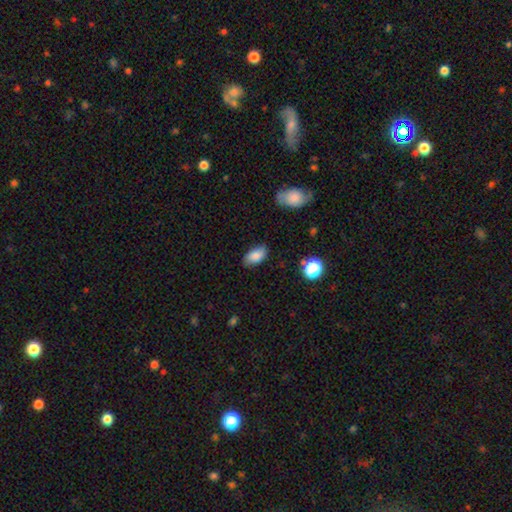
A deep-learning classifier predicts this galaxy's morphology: Q: Smooth or featured?
A: smooth (83%); runner-up: featured or disk (8%)
Q: How rounded?
A: in between (92%); runner-up: round (5%)
Q: Merging?
A: none (79%); runner-up: minor disturbance (16%)